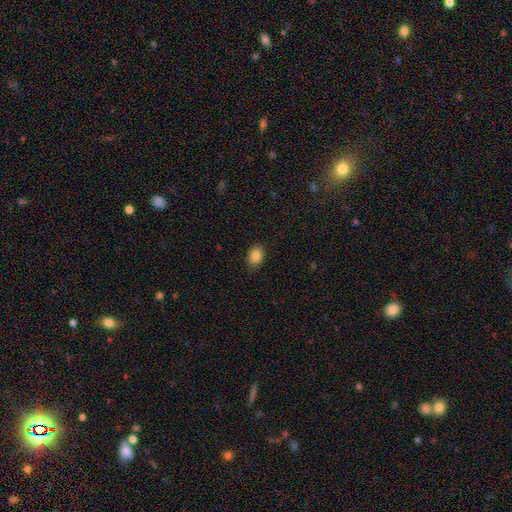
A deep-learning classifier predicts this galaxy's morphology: type=smooth (86%); roundness=in between (76%); merging=none (84%).